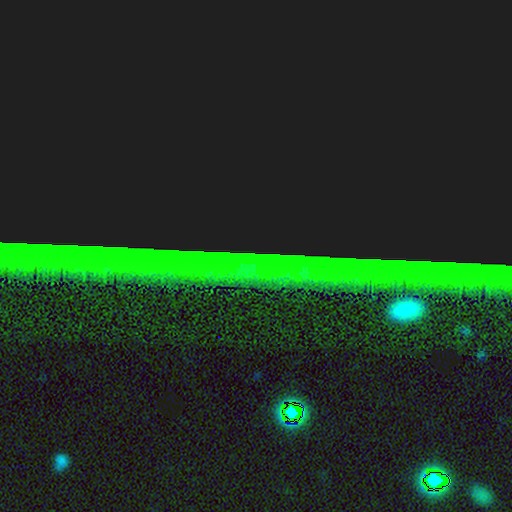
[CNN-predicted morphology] Q: Smooth or featured?
A: star or artifact (82%); runner-up: featured or disk (9%)